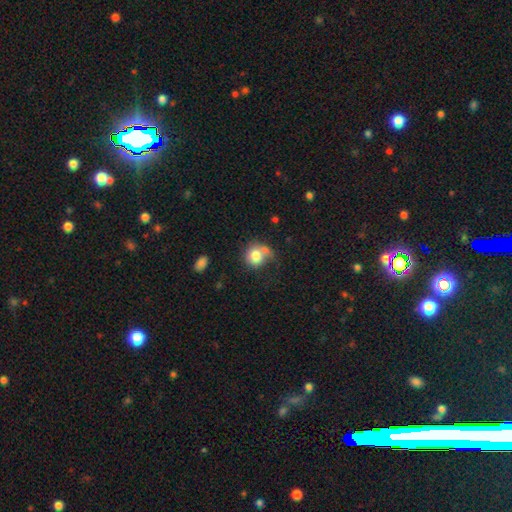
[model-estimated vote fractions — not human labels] A smooth galaxy with no disk features (76%) that is round (78%). Merging: none (38%).